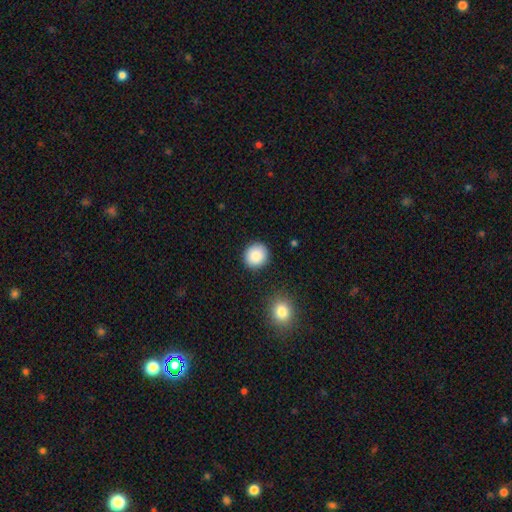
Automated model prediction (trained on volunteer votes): This is clearly a smooth galaxy (87%). How rounded: clearly round (85%). Merging: clearly none (89%).